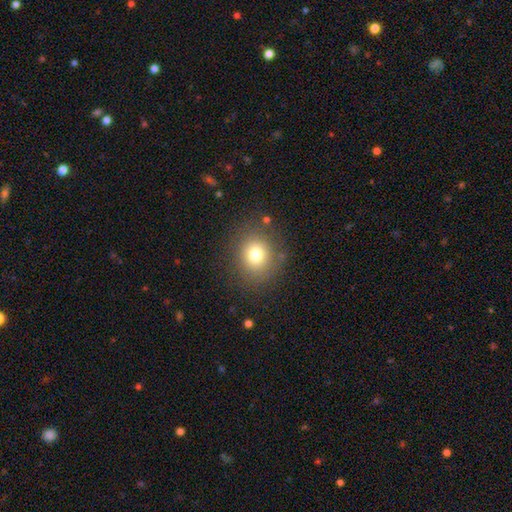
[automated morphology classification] Smooth or featured? smooth (75%)
How rounded? round (76%)
Merging? none (85%)